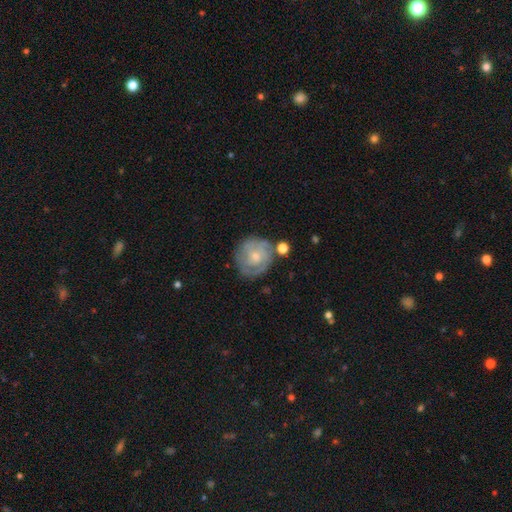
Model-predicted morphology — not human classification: This appears to be a featured or disk galaxy (63%) with no bar (77%), spiral arms (80%) and a small central bulge (63%). Merging: none (66%).